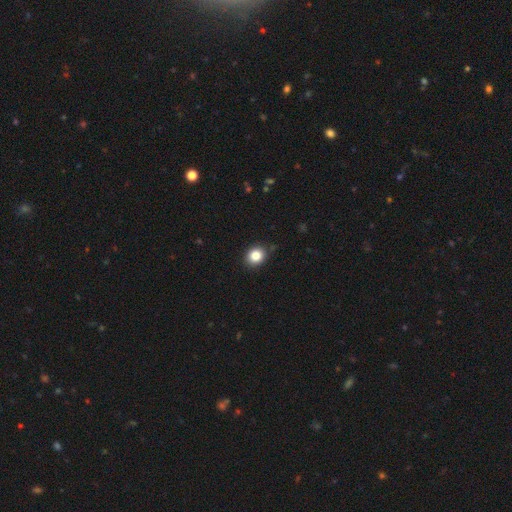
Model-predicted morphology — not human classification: type=smooth (85%); roundness=round (71%); merging=none (88%).